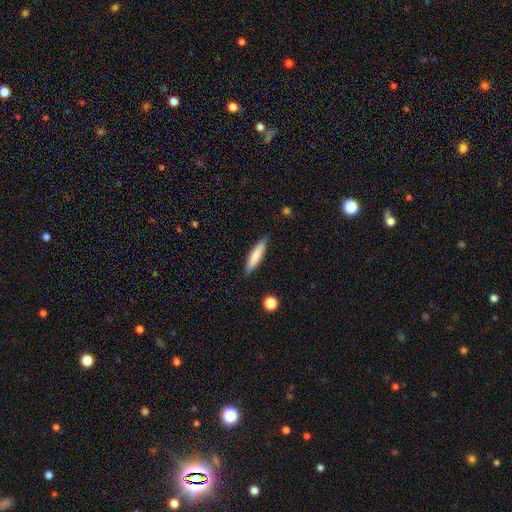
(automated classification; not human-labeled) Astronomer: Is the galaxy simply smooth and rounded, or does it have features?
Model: smooth — 80%.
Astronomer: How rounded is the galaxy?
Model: cigar-shaped — 82%.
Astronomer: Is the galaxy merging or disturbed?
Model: none — 88%.